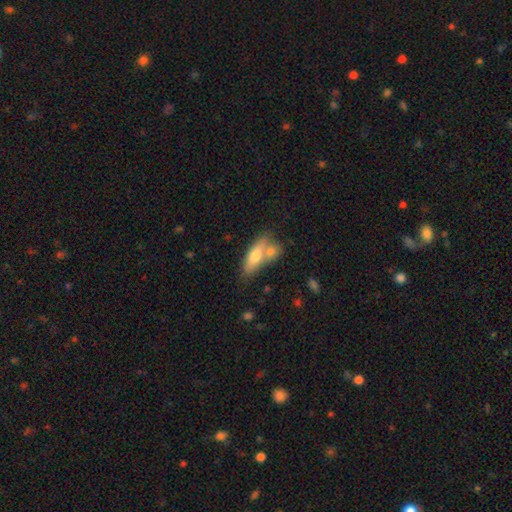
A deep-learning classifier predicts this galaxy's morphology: Overall: smooth (66%; featured or disk 28%). How rounded: in between (59%; cigar-shaped 37%). Merging: none (46%; merger 38%).